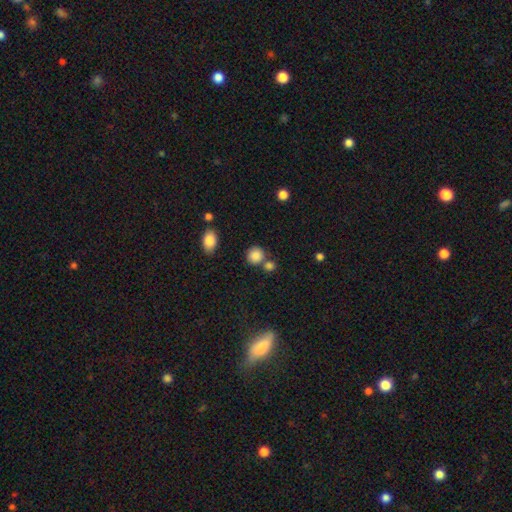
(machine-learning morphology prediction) smooth_or_featured: smooth (p=0.85) [alt: star or artifact p=0.10]
how_rounded: round (p=0.85) [alt: in between p=0.14]
merging: none (p=0.64) [alt: merger p=0.22]